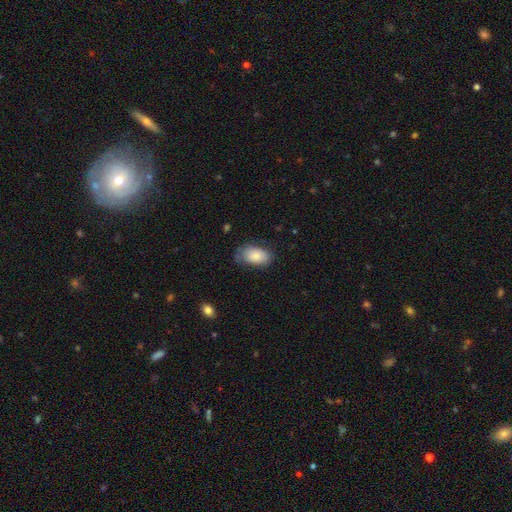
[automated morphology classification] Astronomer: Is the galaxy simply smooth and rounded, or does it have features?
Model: smooth — 81%.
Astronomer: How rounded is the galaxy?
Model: in between — 92%.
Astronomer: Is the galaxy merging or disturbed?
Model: none — 61%.